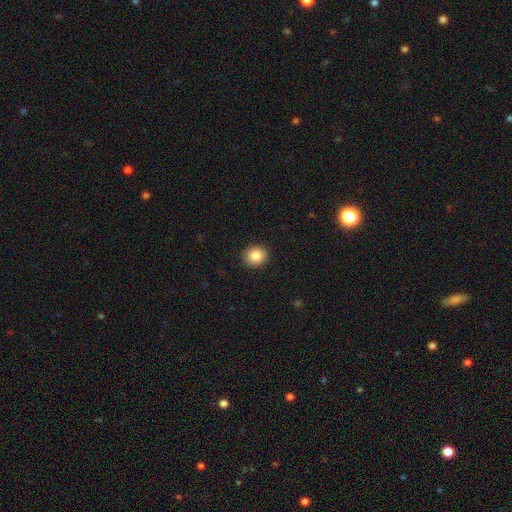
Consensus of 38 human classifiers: Morphology: type=smooth (95%); roundness=round (86%); merging=none (92%).